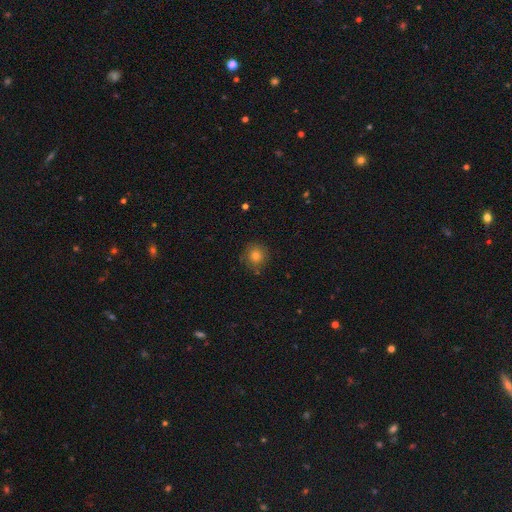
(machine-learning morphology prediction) This is likely a smooth galaxy (78%). How rounded: clearly round (94%). Merging: clearly none (84%).